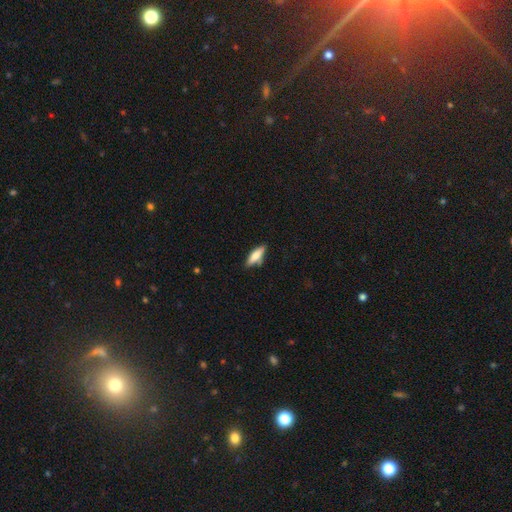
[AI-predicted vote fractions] Smooth or featured? smooth (69%)
How rounded? cigar-shaped (51%)
Merging? none (75%)